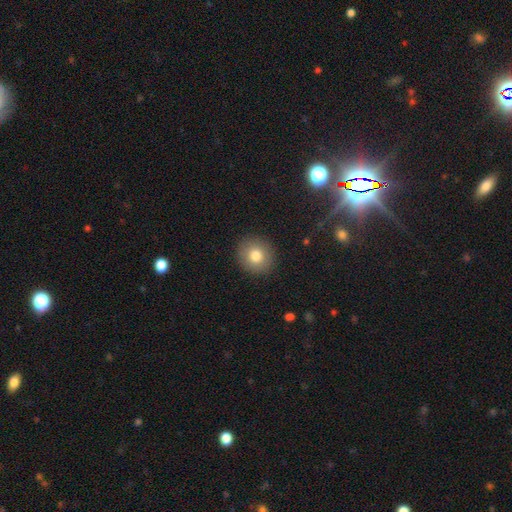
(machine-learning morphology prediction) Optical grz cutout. It shows a smooth galaxy with no disk features (80%) that is round (85%). Merging: none (90%).